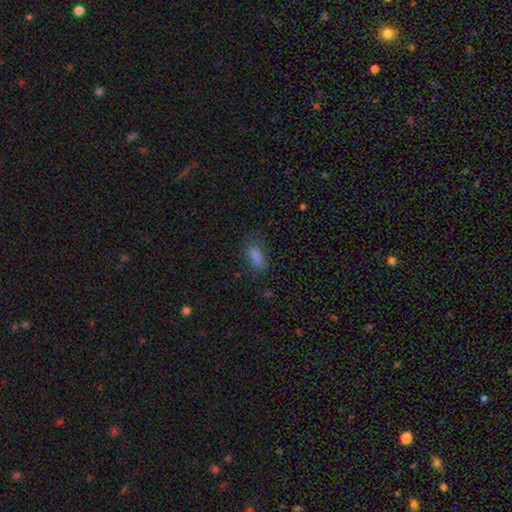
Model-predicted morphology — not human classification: The model was most divided on "how rounded": in between: 62%, cigar-shaped: 34%, round: 4%. More confident: smooth or featured — smooth (76%); merging — none (72%).